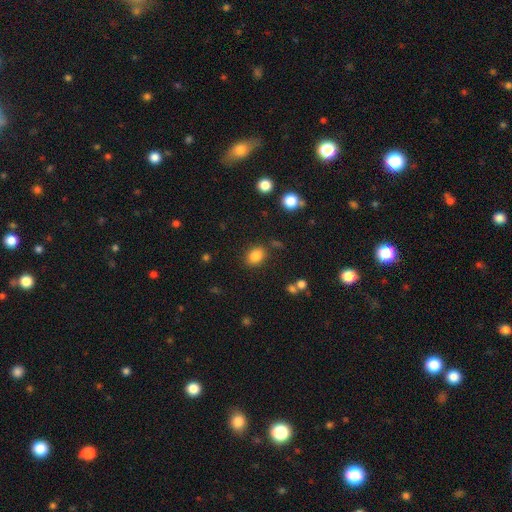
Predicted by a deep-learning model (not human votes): smooth 83%, star or artifact 11%, featured or disk 6%. Down the decision tree: how rounded — in between (63%); merging — none (83%).